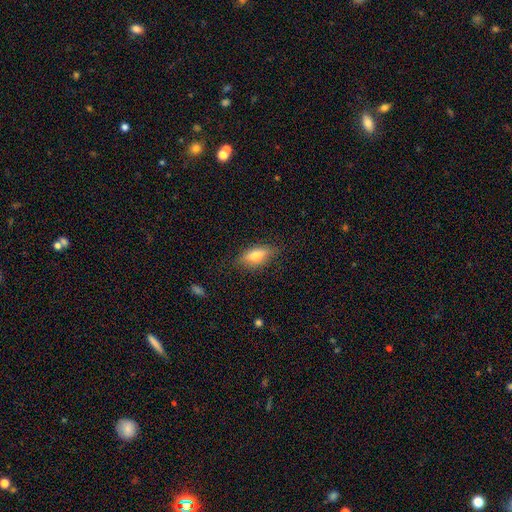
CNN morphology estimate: type=smooth (62%); roundness=in between (67%); merging=none (81%).